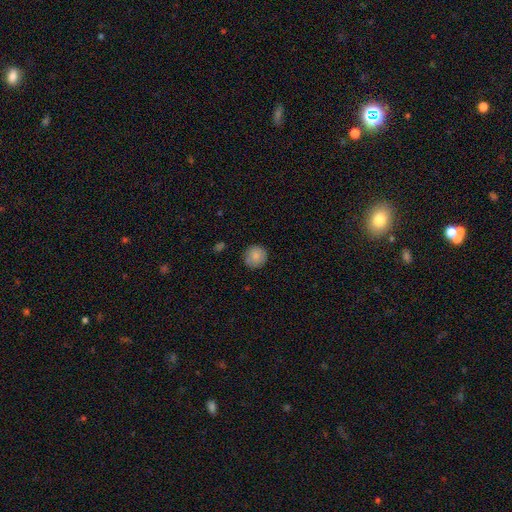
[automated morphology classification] Smooth or featured? smooth (84%)
How rounded? round (93%)
Merging? none (84%)